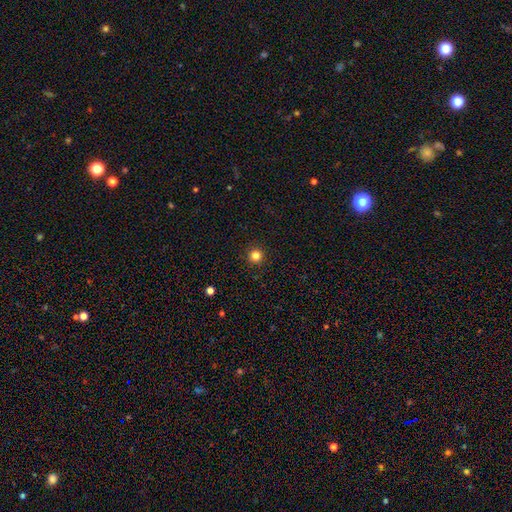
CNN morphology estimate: Smooth or featured? Predicted: smooth (p=0.83). How rounded? Predicted: round (p=0.96). Merging? Predicted: none (p=0.93).